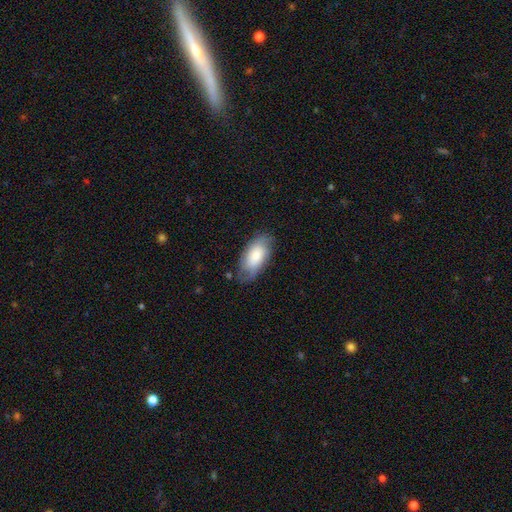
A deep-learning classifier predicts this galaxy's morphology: A smooth galaxy with no disk features (67%) that is in between round and cigar-shaped (93%). Merging: none (69%).